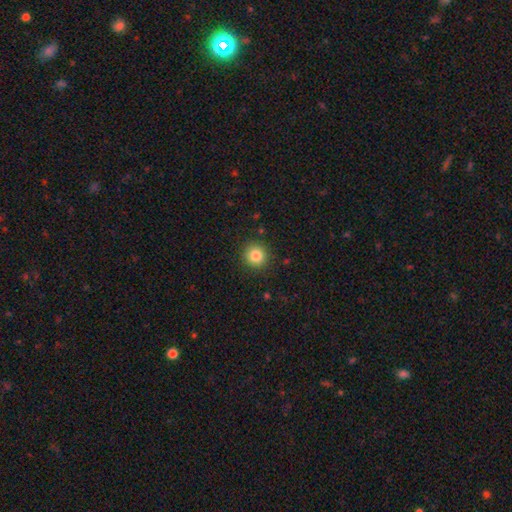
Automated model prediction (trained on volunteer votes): The model was most divided on "smooth or featured": smooth: 84%, star or artifact: 11%, featured or disk: 5%. More confident: how rounded — round (92%); merging — none (90%).